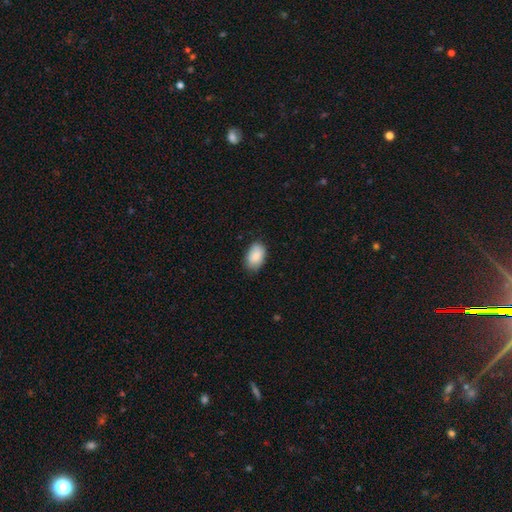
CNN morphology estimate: This appears to be a smooth galaxy with no disk features (88%) that is in between round and cigar-shaped (91%). Merging: none (77%).